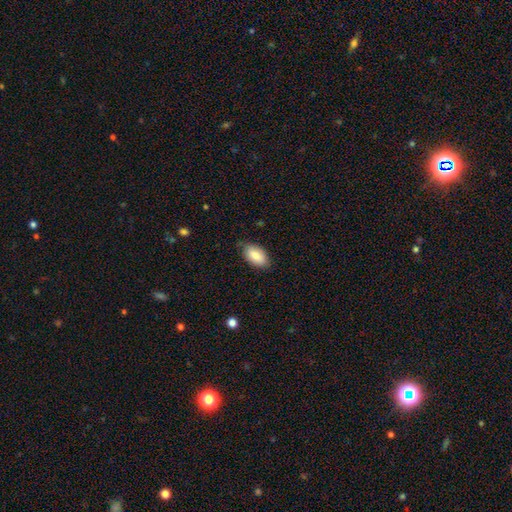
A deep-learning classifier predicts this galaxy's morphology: This is clearly a smooth galaxy (83%). How rounded: clearly in between (93%). Merging: likely none (76%).